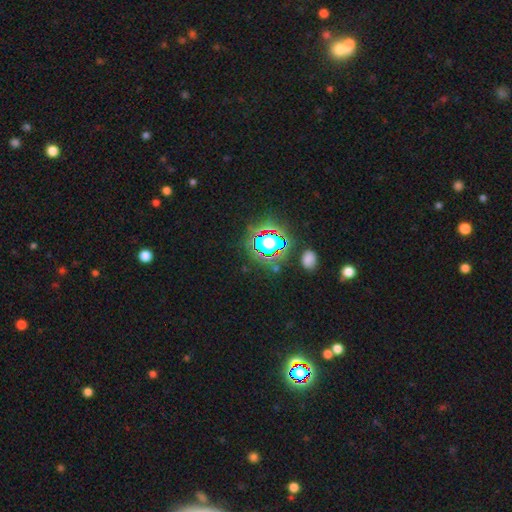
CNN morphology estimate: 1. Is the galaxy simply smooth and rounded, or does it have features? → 82% star or artifact, 11% smooth, 8% featured or disk.